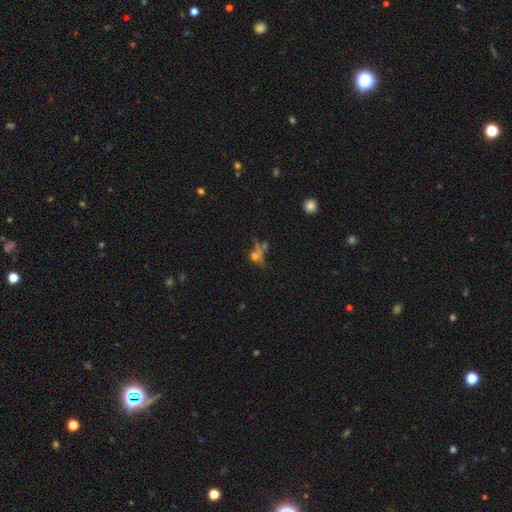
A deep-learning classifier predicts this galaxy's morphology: smooth_or_featured: smooth (p=0.46) [alt: star or artifact p=0.29]
merging: none (p=0.42) [alt: merger p=0.29]